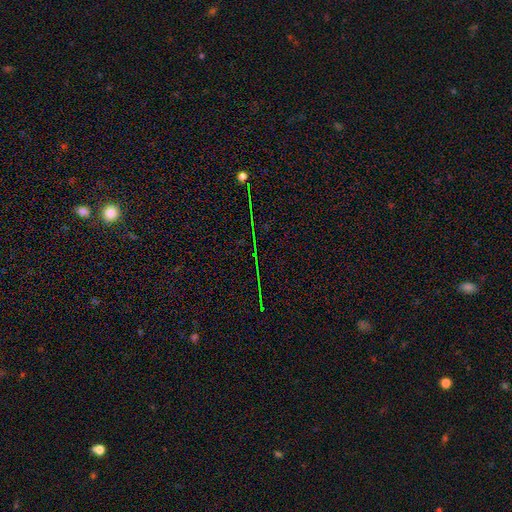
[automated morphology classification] Q: Smooth or featured?
A: star or artifact (79%); runner-up: featured or disk (12%)